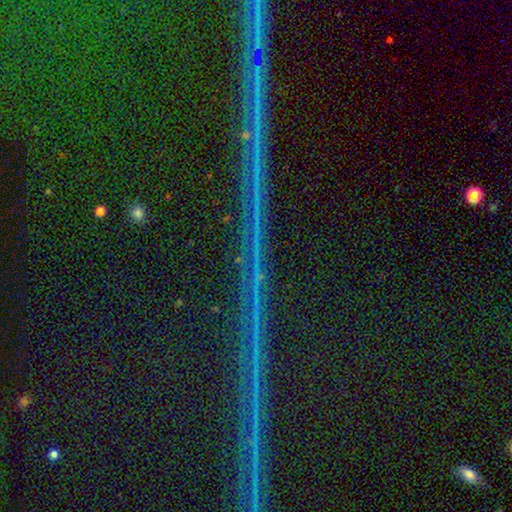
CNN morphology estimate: Smooth or featured? Predicted: star or artifact (p=0.87).